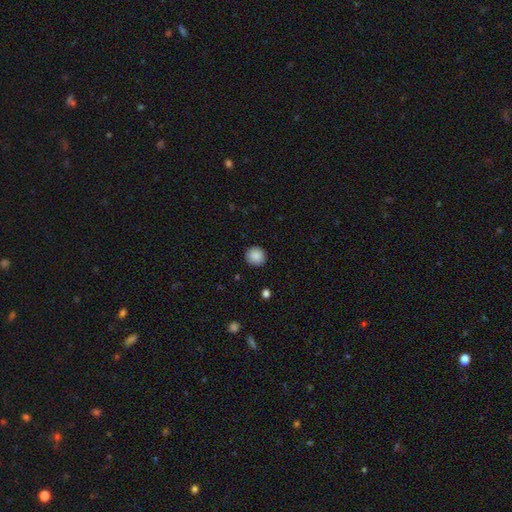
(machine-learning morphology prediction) Smooth or featured? Predicted: smooth (p=0.89). How rounded? Predicted: round (p=0.92). Merging? Predicted: none (p=0.90).